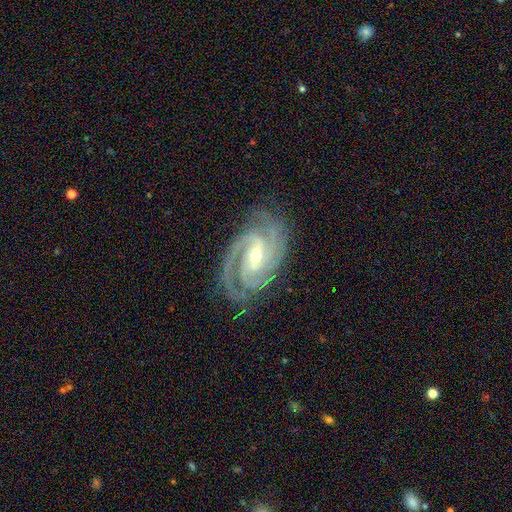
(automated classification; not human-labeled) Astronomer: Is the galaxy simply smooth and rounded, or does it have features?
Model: featured or disk — 93%.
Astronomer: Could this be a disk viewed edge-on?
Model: no — 97%.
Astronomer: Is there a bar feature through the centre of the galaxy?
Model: weak — 41% (runner-up: strong, 30%).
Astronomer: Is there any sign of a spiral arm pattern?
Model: yes — 99%.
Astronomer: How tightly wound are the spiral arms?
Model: tight — 65%.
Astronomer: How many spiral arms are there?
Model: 3 — 44% (runner-up: 4, 19%).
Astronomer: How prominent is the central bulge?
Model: small — 55% (runner-up: moderate, 43%).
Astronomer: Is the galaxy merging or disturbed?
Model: none — 79%.